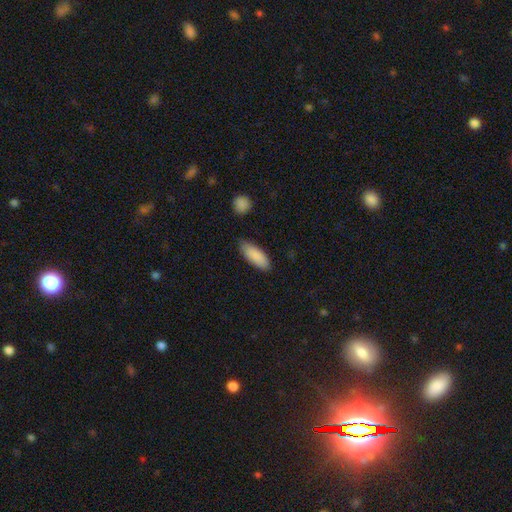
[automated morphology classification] Overall: smooth (88%). How rounded: in between (76%). Merging: none (76%).